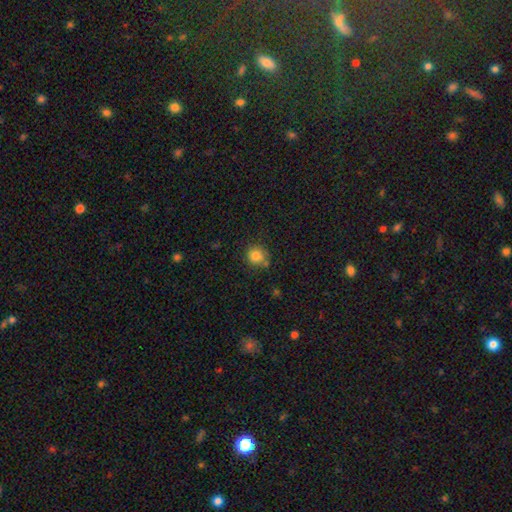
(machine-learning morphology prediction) A smooth galaxy with no disk features (82%) that is round (88%). Merging: none (75%).